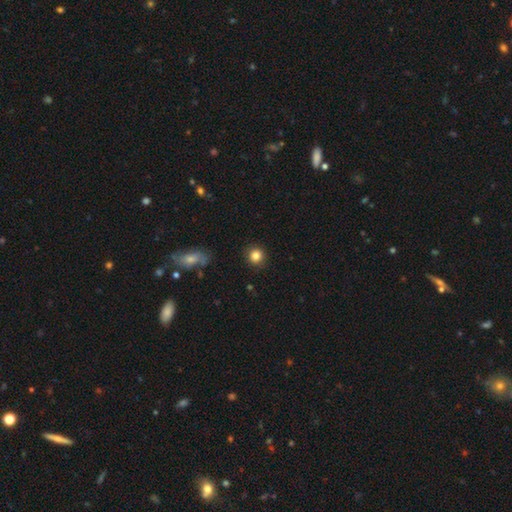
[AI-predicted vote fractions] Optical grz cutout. It shows a smooth galaxy with no disk features (85%) that is round (91%). Merging: none (89%).